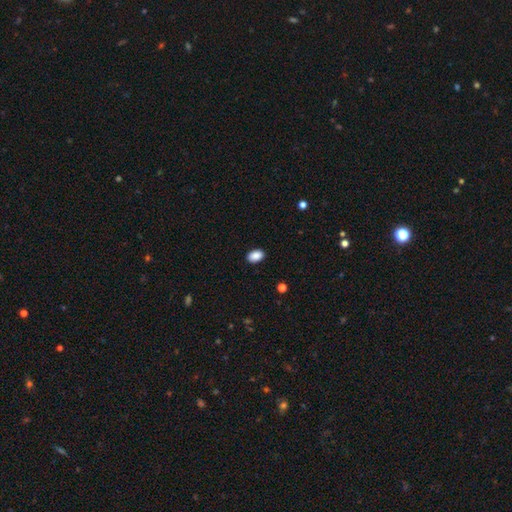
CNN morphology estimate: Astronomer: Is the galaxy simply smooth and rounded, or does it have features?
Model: smooth — 89%.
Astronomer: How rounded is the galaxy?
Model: in between — 89%.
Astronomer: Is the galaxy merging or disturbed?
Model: none — 89%.